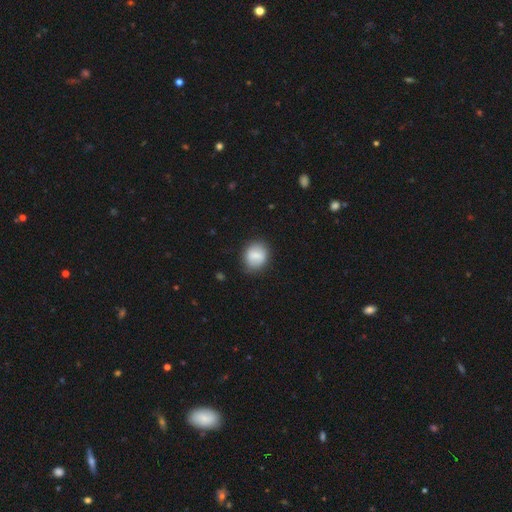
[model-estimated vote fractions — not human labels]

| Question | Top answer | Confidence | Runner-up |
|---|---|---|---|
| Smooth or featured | smooth | 74% | featured or disk (19%) |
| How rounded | round | 73% | in between (26%) |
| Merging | none | 80% | minor disturbance (14%) |